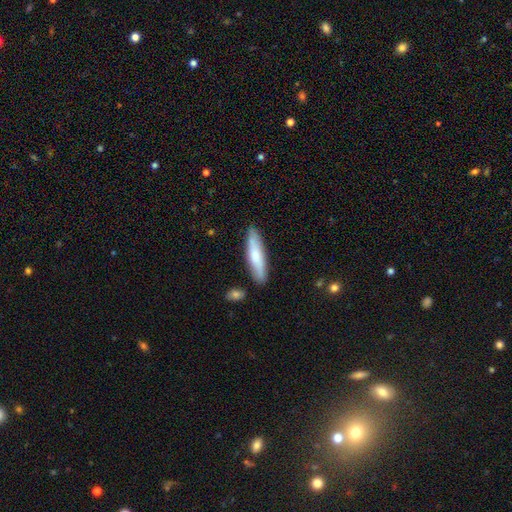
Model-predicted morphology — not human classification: smooth-or-featured: smooth: 70% | featured or disk: 24% | star or artifact: 5%
  how-rounded: cigar-shaped: 78% | in between: 20% | round: 1%
  merging: none: 83% | minor disturbance: 12% | merger: 3% | major disturbance: 2%